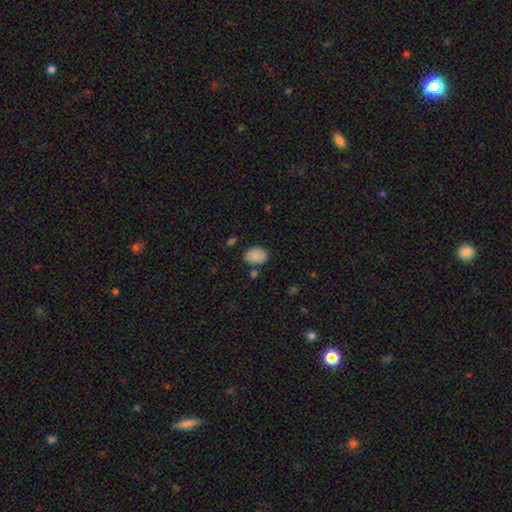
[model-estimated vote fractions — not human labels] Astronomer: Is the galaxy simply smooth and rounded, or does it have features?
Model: smooth — 87%.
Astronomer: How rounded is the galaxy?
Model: in between — 73%.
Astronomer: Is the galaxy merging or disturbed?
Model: none — 76%.